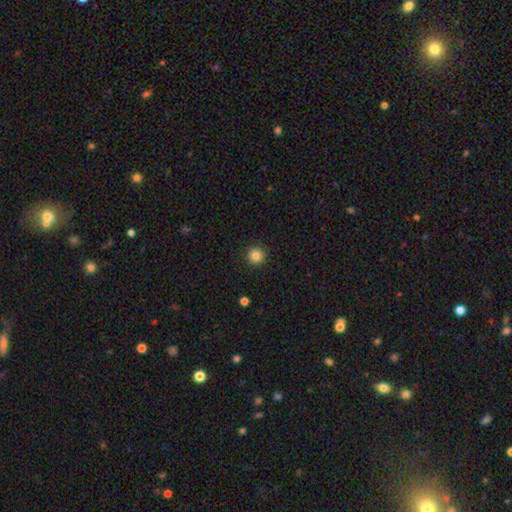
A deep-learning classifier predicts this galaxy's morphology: The model was most divided on "smooth or featured": smooth: 85%, star or artifact: 11%, featured or disk: 4%. More confident: how rounded — round (94%); merging — none (91%).